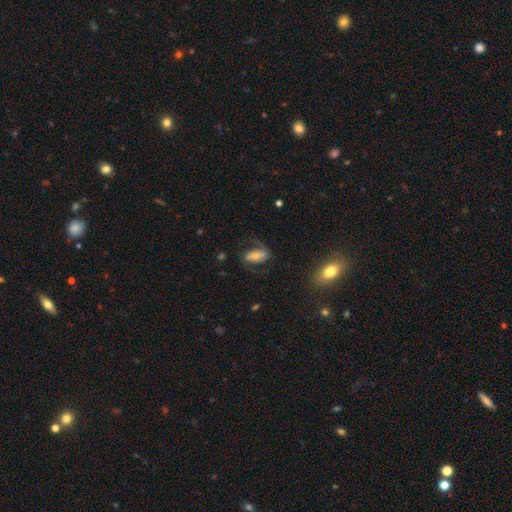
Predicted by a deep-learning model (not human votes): Q: Smooth or featured?
A: featured or disk (53%); runner-up: smooth (38%)
Q: Edge-on disk?
A: no (90%); runner-up: yes (10%)
Q: Merging?
A: none (61%); runner-up: minor disturbance (19%)